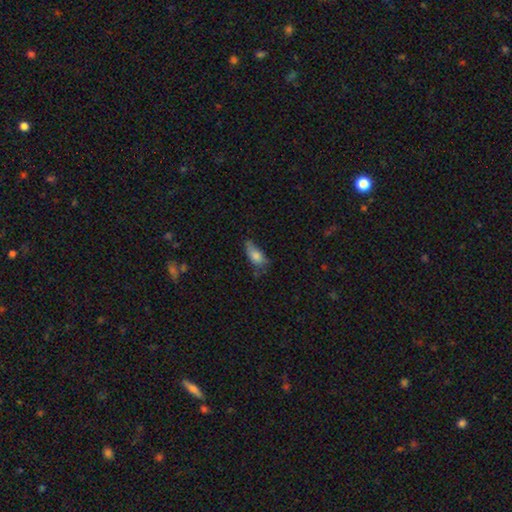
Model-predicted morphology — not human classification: The model was most divided on "merging": none: 40%, minor disturbance: 39%, major disturbance: 17%, merger: 4%. More confident: how rounded — in between (83%); smooth or featured — smooth (76%).